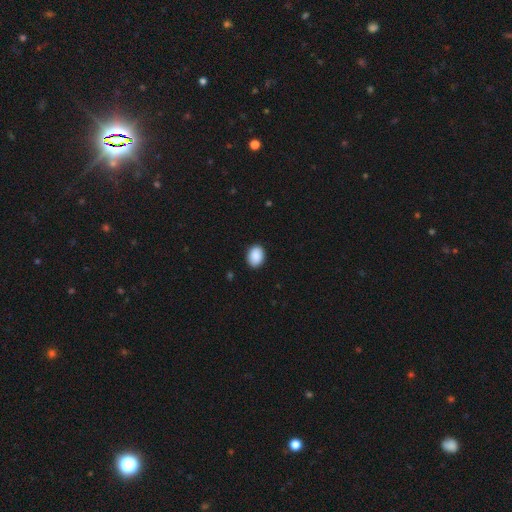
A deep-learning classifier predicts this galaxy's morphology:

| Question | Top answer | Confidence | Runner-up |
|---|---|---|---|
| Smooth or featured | smooth | 91% | star or artifact (7%) |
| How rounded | in between | 74% | round (25%) |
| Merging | none | 89% | minor disturbance (8%) |